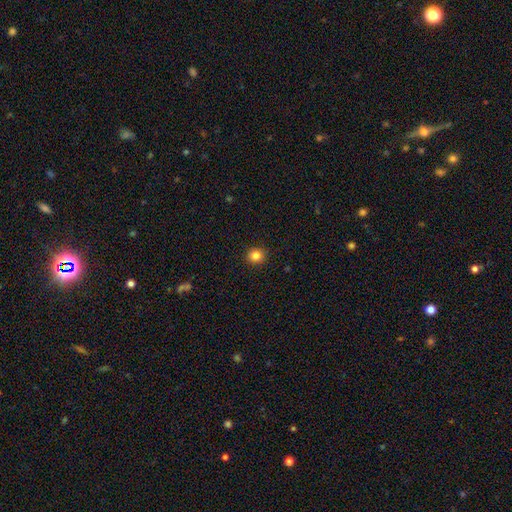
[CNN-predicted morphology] The model was most divided on "smooth or featured": smooth: 84%, star or artifact: 11%, featured or disk: 4%. More confident: merging — none (92%); how rounded — round (88%).